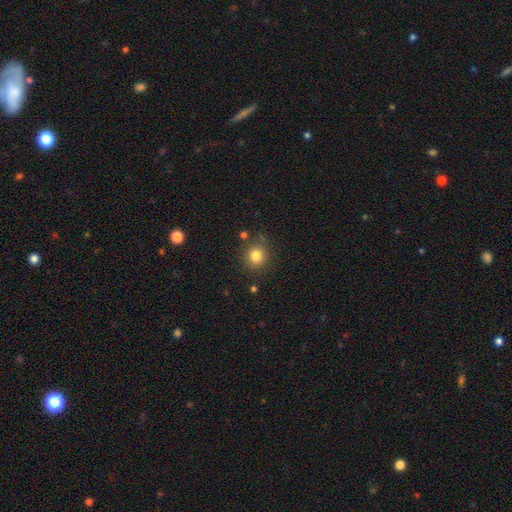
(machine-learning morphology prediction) This appears to be a smooth galaxy with no disk features (81%) that is round (89%). Merging: none (82%).